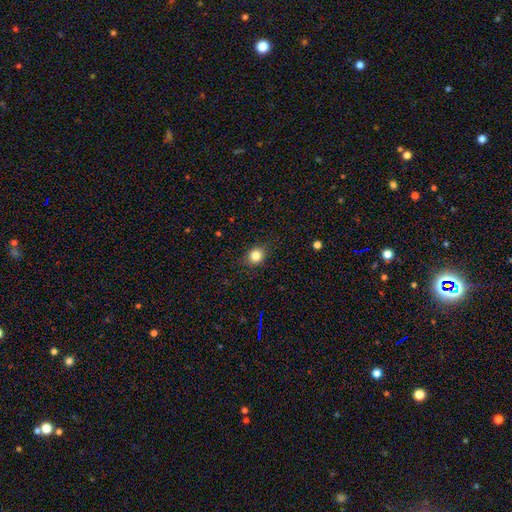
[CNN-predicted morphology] A smooth galaxy with no disk features (81%) that is round (77%). Merging: none (84%).